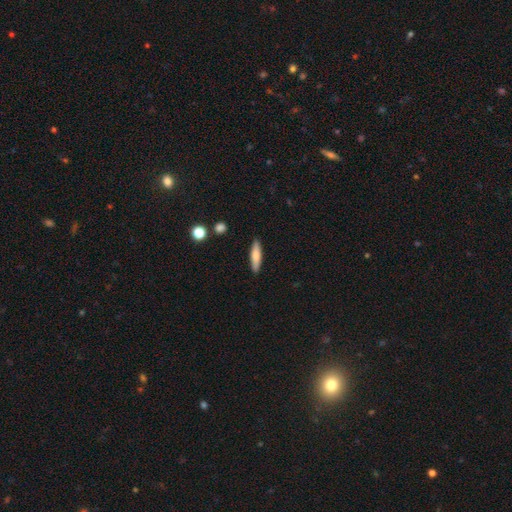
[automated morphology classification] Smooth or featured? smooth (72%)
How rounded? cigar-shaped (74%)
Merging? none (89%)